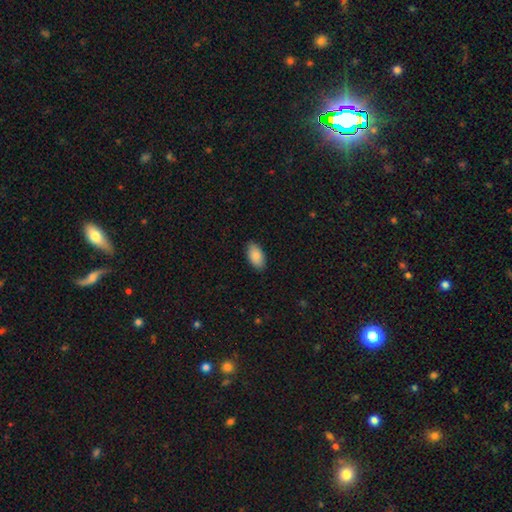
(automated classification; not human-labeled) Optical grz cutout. It shows a smooth galaxy with no disk features (87%) that is in between round and cigar-shaped (94%). Merging: none (88%).